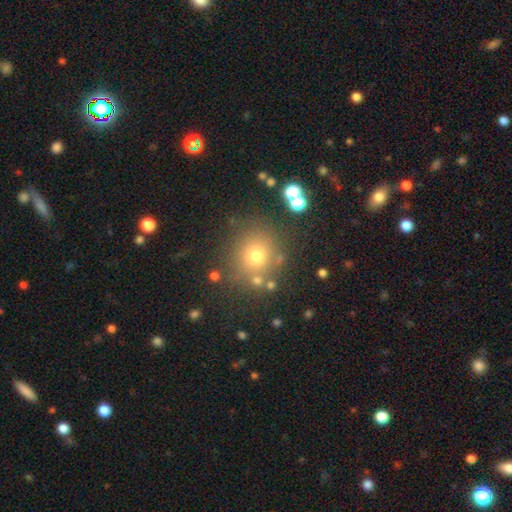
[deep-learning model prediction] smooth_or_featured: smooth (p=0.69) [alt: star or artifact p=0.20]
how_rounded: round (p=0.87) [alt: in between p=0.12]
merging: none (p=0.80) [alt: minor disturbance p=0.10]